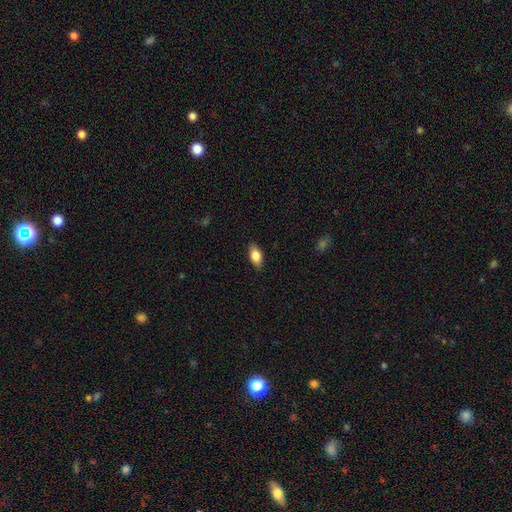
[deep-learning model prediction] Morphology: type=smooth (82%); roundness=in between (89%); merging=none (85%).